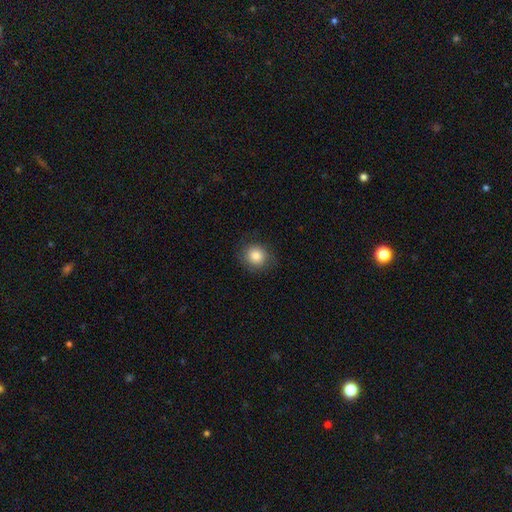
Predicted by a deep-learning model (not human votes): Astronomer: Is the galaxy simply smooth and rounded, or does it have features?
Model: smooth — 84%.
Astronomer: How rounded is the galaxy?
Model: round — 80%.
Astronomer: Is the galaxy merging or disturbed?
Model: none — 83%.